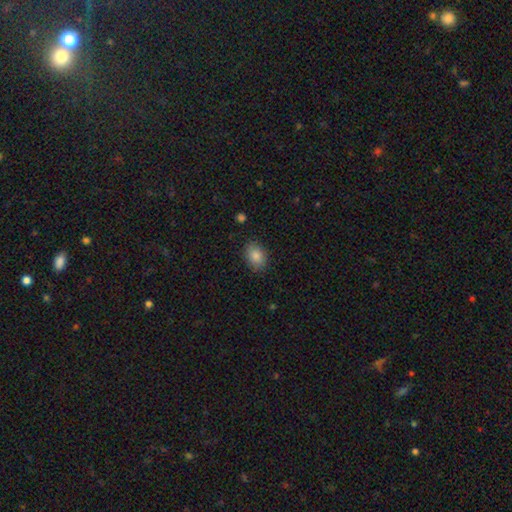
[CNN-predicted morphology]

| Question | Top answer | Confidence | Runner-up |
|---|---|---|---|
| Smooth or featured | smooth | 85% | star or artifact (9%) |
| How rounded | in between | 74% | round (25%) |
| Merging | none | 86% | minor disturbance (10%) |